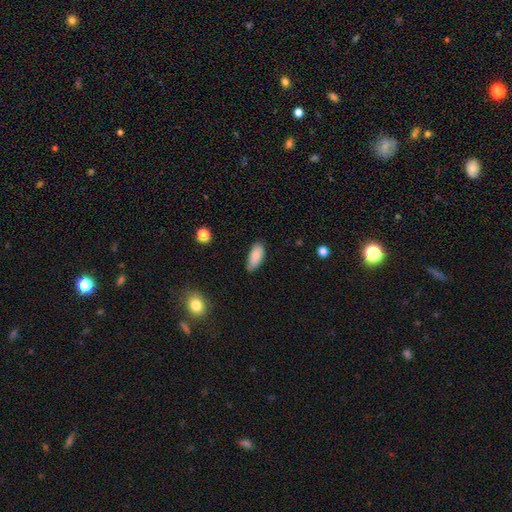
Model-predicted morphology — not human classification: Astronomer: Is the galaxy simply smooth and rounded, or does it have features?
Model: smooth — 84%.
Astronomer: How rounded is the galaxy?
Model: in between — 88%.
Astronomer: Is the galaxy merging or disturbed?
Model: none — 74%.